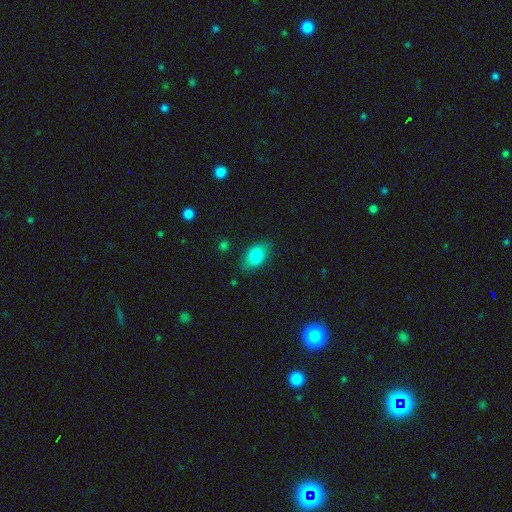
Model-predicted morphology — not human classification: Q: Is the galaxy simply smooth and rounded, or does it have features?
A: smooth — 82%.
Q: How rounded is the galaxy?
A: in between — 87%.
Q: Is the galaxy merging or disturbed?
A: none — 81%.